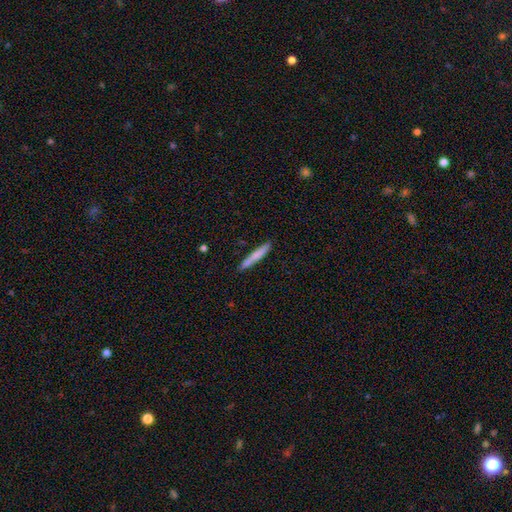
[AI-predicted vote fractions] smooth-or-featured: smooth: 74% | featured or disk: 20% | star or artifact: 6%
  how-rounded: cigar-shaped: 95% | in between: 3% | round: 1%
  merging: none: 85% | minor disturbance: 11% | merger: 2% | major disturbance: 2%